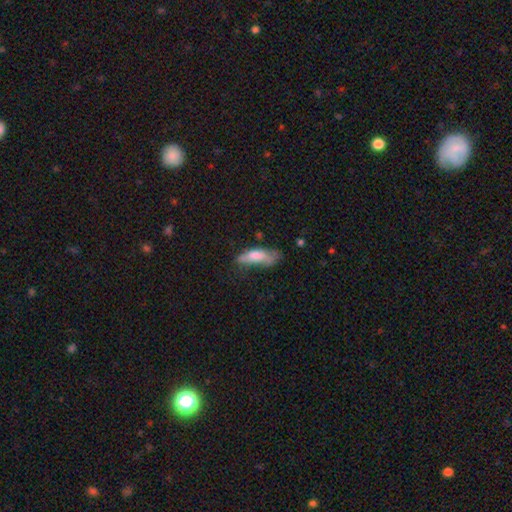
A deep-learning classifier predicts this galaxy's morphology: A smooth galaxy with no disk features (64%) that is in between round and cigar-shaped (50%).

Vote fractions:
- Smooth or featured? smooth: 64% / featured or disk: 28% / star or artifact: 8%
- How rounded? in between: 50% / cigar-shaped: 48% / round: 2%
- Merging? none: 38% / minor disturbance: 34% / major disturbance: 24% / merger: 4%